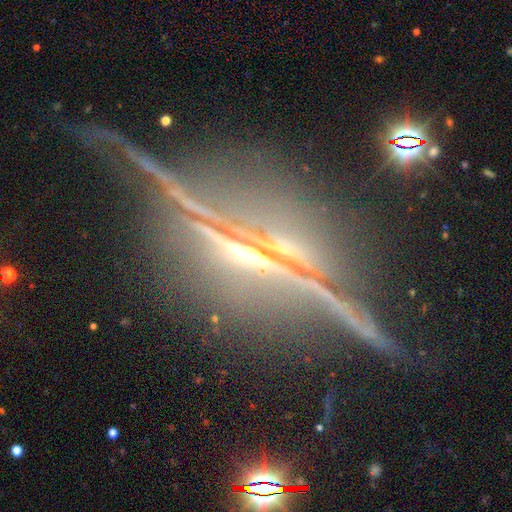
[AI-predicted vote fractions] Overall: star or artifact (48%; featured or disk 41%).